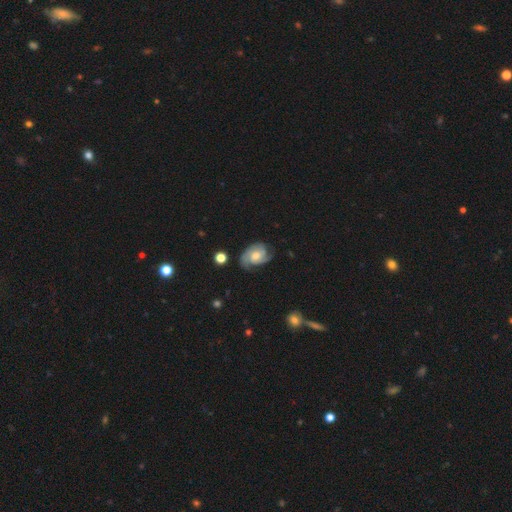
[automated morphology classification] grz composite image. It shows a featured or disk galaxy (79%) with no bar (64%), 2 (43%) tight (45%) spiral arms (95%) and a moderate central bulge (63%). Merging: none (63%).